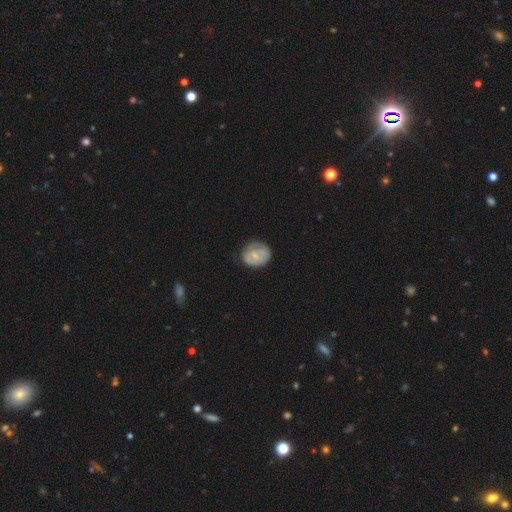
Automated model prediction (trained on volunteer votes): Smooth or featured? smooth (60%)
How rounded? round (63%)
Merging? none (66%)